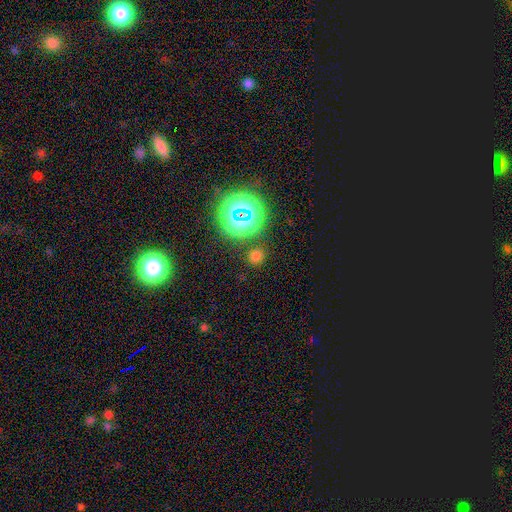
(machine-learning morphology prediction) A smooth galaxy with no disk features (59%) that is round (87%). Merging: none (85%).